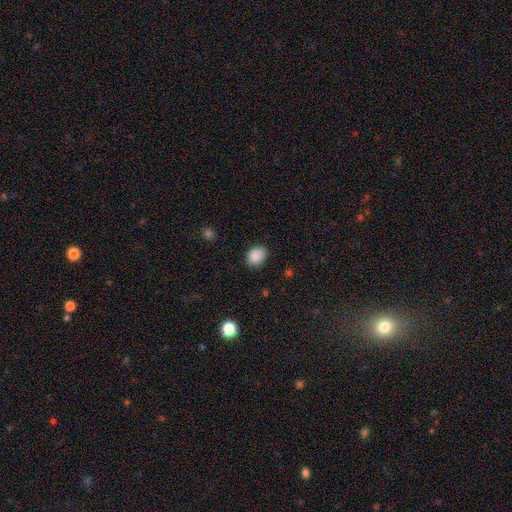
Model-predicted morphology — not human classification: smooth_or_featured: smooth (p=0.88) [alt: star or artifact p=0.09]
how_rounded: round (p=0.52) [alt: in between p=0.47]
merging: none (p=0.82) [alt: minor disturbance p=0.14]